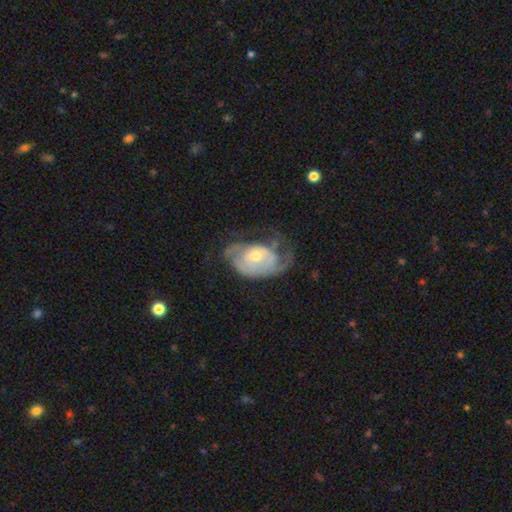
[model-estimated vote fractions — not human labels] A featured or disk galaxy (73%) with no bar (72%), 2 (38%) tight (42%) spiral arms (77%) and a moderate central bulge (51%).

Vote fractions:
- Smooth or featured? featured or disk: 73% / smooth: 21% / star or artifact: 6%
- Edge-on disk? no: 96% / yes: 4%
- Bar? no: 72% / weak: 23% / strong: 5%
- Spiral arms? yes: 77% / no: 23%
- Spiral winding? tight: 42% / medium: 36% / loose: 22%
- Spiral arm count? 2: 38% / can't tell: 34% / 1: 15% / 3: 8% / 4: 3% / more than 4: 2%
- Bulge size? moderate: 51% / small: 44% / large: 3% / none: 1% / dominant: 1%
- Merging? none: 38% / major disturbance: 34% / minor disturbance: 25% / merger: 2%